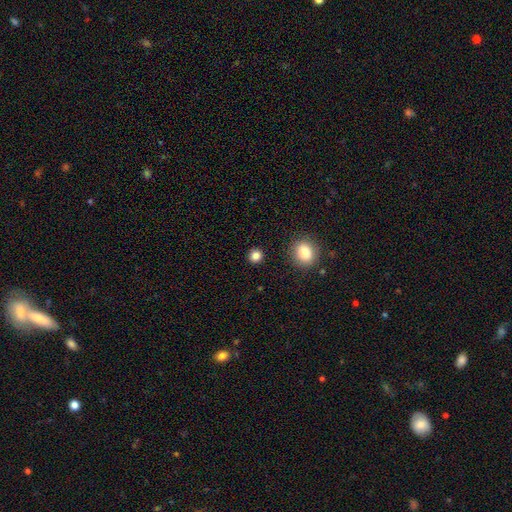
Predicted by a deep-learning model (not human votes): This appears to be a smooth galaxy with no disk features (84%) that is round (89%). Merging: none (90%).